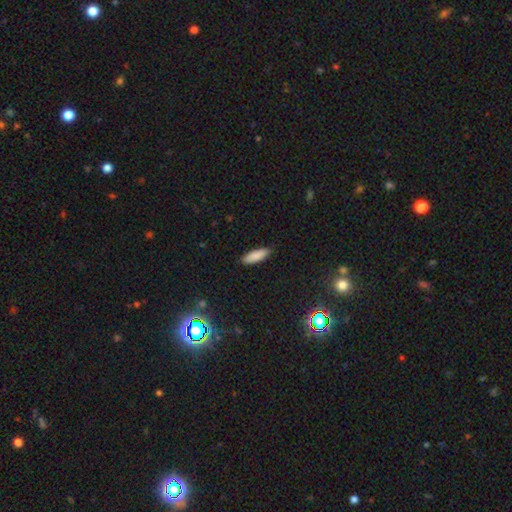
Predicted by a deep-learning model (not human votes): A smooth galaxy with no disk features (87%) that is in between round and cigar-shaped (55%). Merging: none (89%).